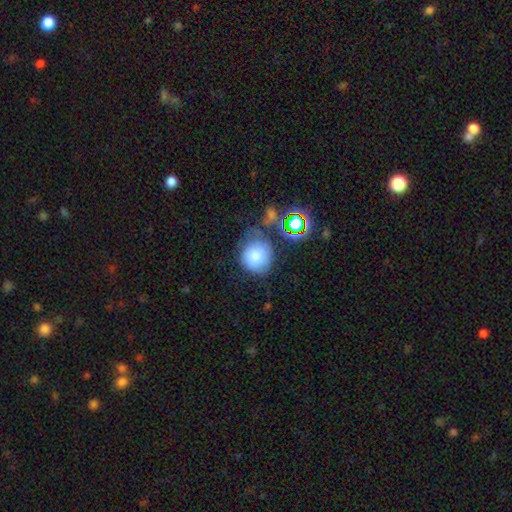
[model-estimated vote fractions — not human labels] smooth 75%, star or artifact 14%, featured or disk 12%. Down the decision tree: how rounded — round (84%); merging — none (52%).